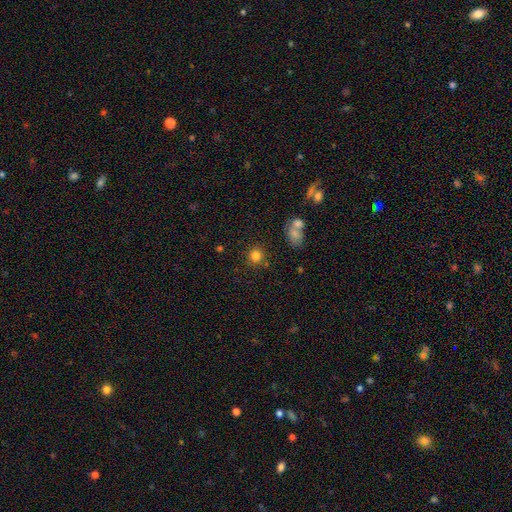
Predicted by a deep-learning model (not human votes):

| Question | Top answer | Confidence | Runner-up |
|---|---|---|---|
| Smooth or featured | smooth | 81% | star or artifact (13%) |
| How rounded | round | 91% | in between (8%) |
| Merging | none | 82% | minor disturbance (8%) |